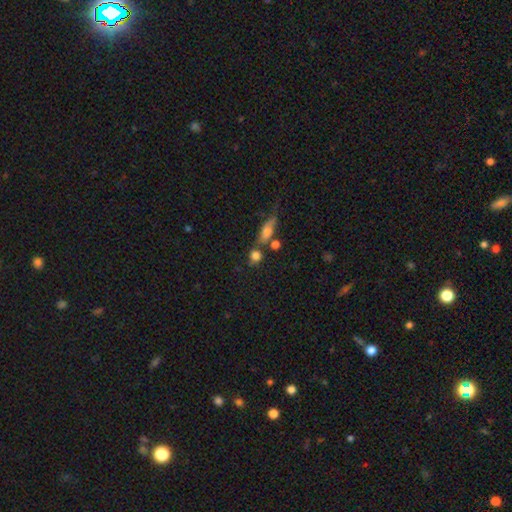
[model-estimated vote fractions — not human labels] Q: Smooth or featured?
A: smooth (78%); runner-up: star or artifact (12%)
Q: How rounded?
A: round (71%); runner-up: in between (24%)
Q: Merging?
A: none (58%); runner-up: merger (22%)